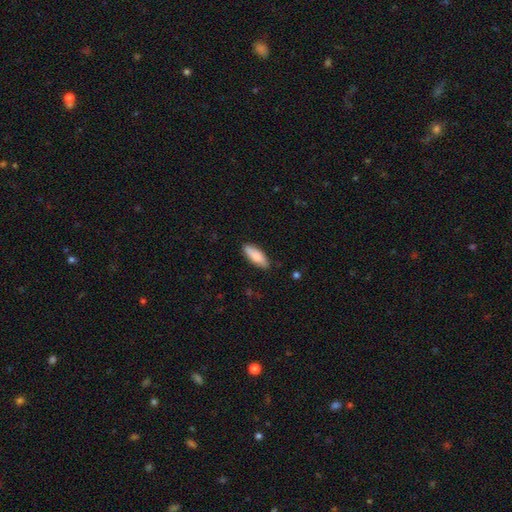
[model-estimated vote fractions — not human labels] Smooth or featured? Predicted: smooth (p=0.83). How rounded? Predicted: in between (p=0.65). Merging? Predicted: none (p=0.85).